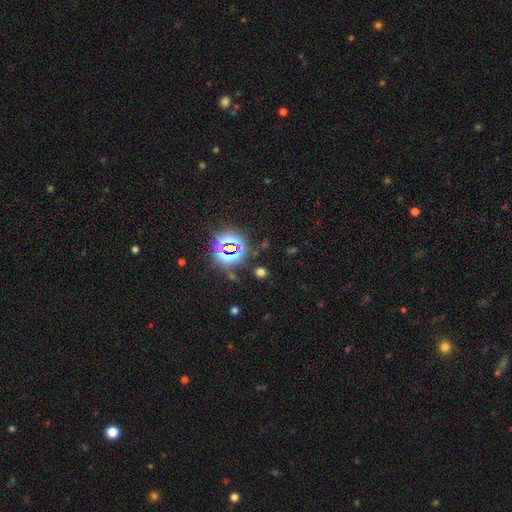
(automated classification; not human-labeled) smooth-or-featured: star or artifact: 85% | smooth: 9% | featured or disk: 6%